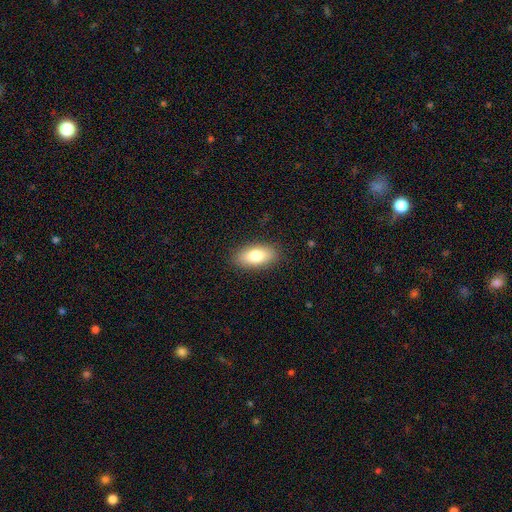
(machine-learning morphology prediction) Q: Smooth or featured?
A: smooth (79%); runner-up: featured or disk (14%)
Q: How rounded?
A: in between (88%); runner-up: cigar-shaped (8%)
Q: Merging?
A: none (88%); runner-up: minor disturbance (9%)